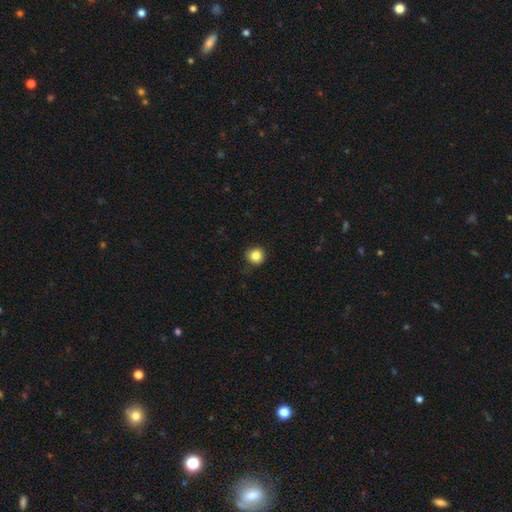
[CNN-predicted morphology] smooth 85%, star or artifact 10%, featured or disk 5%. Down the decision tree: how rounded — round (92%); merging — none (86%).